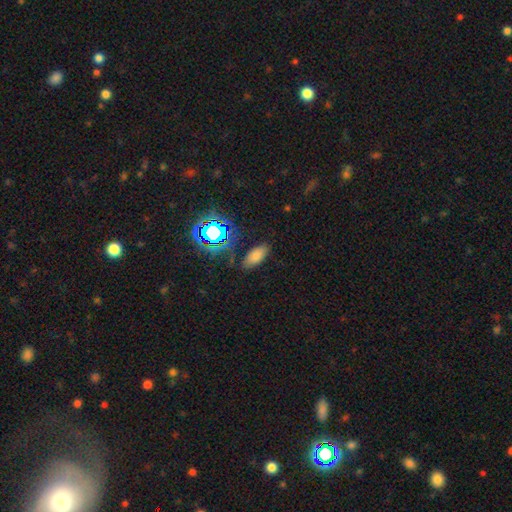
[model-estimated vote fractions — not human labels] The model was most divided on "smooth or featured": smooth: 70%, star or artifact: 20%, featured or disk: 9%. More confident: how rounded — in between (87%); merging — none (80%).